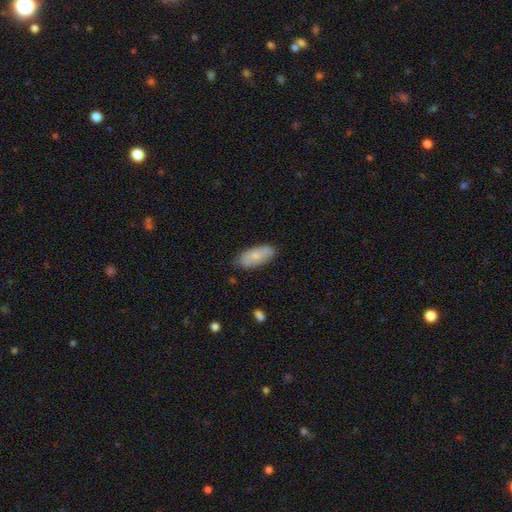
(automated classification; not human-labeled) smooth 73%, featured or disk 21%, star or artifact 6%. Down the decision tree: how rounded — in between (87%); merging — none (78%).